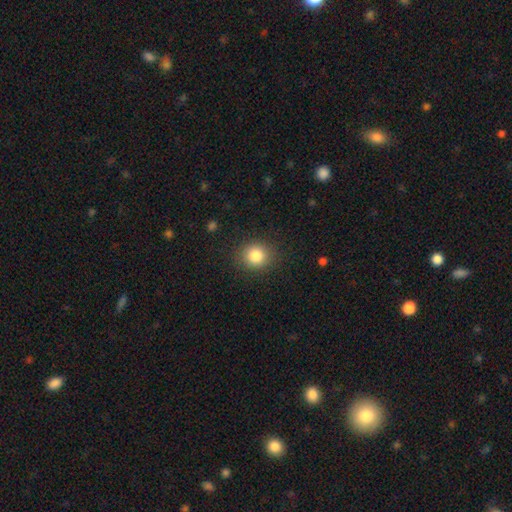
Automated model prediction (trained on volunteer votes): This is clearly a smooth galaxy (84%). How rounded: clearly round (81%). Merging: clearly none (88%).